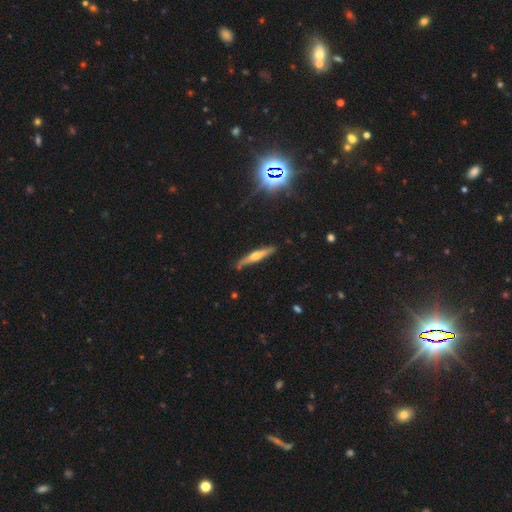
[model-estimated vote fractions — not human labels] This is possibly a featured or disk galaxy (56%). It is clearly viewed edge-on (94%). Edge-on bulge: clearly rounded (83%). Merging: clearly none (84%).